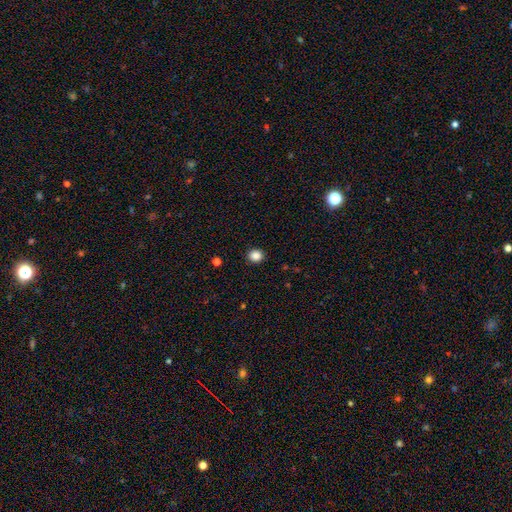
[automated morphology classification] The model was most divided on "how rounded": round: 77%, in between: 22%, cigar-shaped: 1%. More confident: merging — none (91%); smooth or featured — smooth (86%).